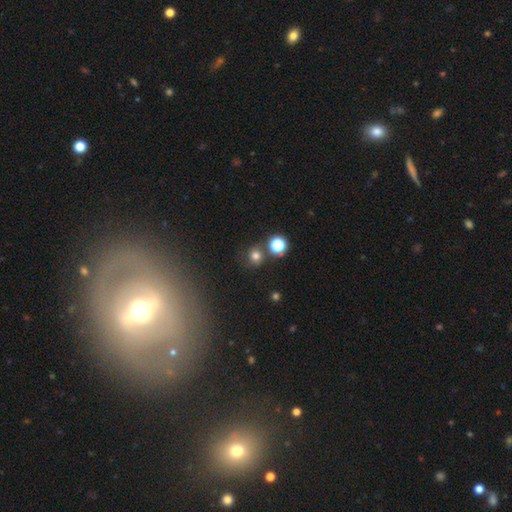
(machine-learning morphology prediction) This is likely a smooth galaxy (72%). How rounded: clearly round (88%). Merging: likely none (73%).